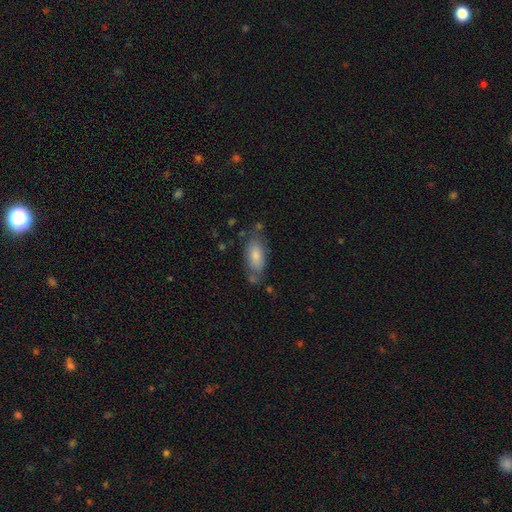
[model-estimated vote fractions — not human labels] smooth_or_featured: smooth (p=0.79) [alt: featured or disk p=0.14]
how_rounded: in between (p=0.87) [alt: cigar-shaped p=0.10]
merging: none (p=0.58) [alt: minor disturbance p=0.25]